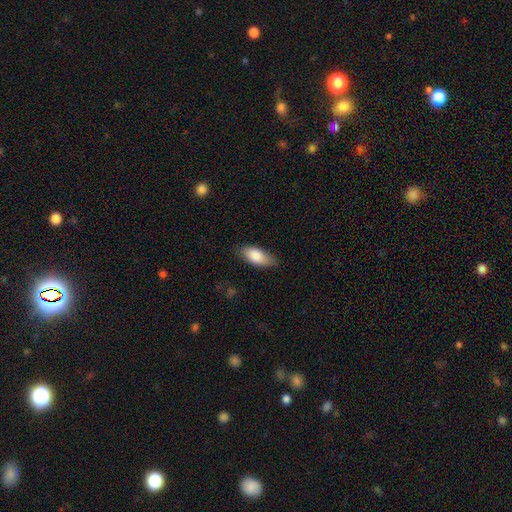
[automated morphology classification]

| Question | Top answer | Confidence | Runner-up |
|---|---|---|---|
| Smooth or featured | smooth | 85% | featured or disk (9%) |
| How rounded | in between | 87% | cigar-shaped (10%) |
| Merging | none | 78% | minor disturbance (17%) |